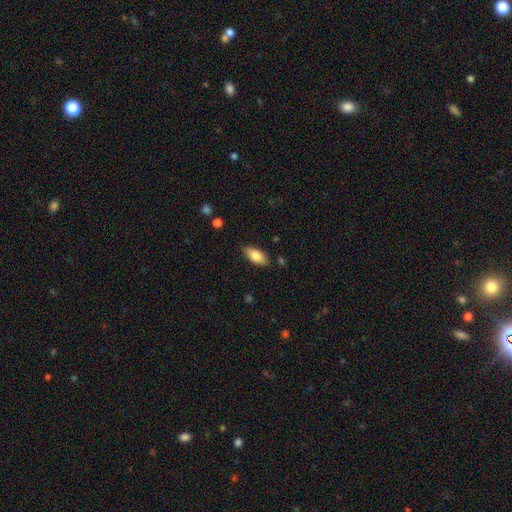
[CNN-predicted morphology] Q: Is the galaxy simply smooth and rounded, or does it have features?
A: smooth — 79%.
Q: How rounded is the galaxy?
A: in between — 89%.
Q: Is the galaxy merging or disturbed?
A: none — 85%.